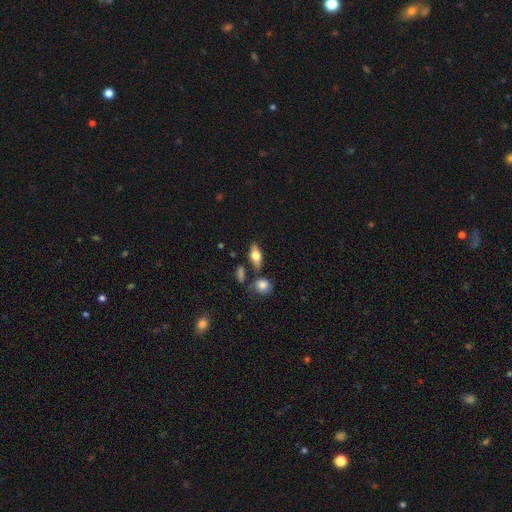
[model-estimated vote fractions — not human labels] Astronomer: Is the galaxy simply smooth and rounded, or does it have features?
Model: smooth — 59%.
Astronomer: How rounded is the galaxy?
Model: in between — 78%.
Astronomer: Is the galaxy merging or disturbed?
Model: none — 73%.